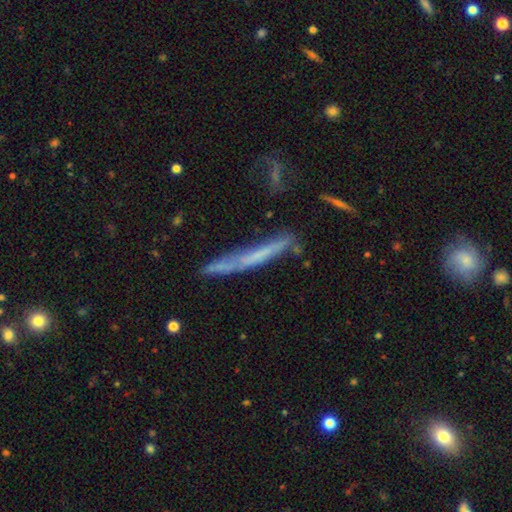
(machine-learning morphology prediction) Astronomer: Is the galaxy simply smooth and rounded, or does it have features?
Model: featured or disk — 48% (runner-up: smooth, 43%).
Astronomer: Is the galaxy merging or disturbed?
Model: none — 65%.